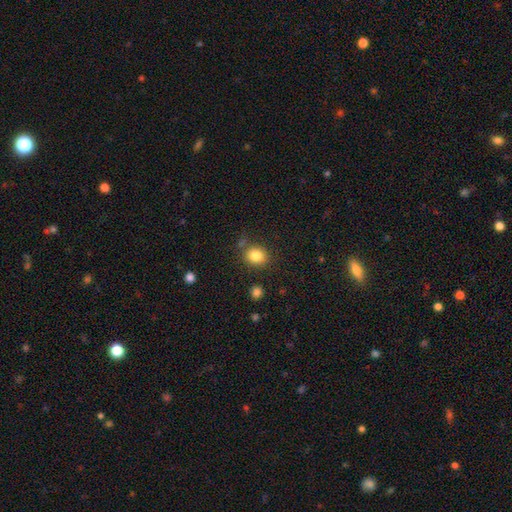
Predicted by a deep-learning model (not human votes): smooth-or-featured: smooth: 84% | star or artifact: 10% | featured or disk: 6%
  how-rounded: round: 67% | in between: 32% | cigar-shaped: 1%
  merging: none: 78% | minor disturbance: 12% | merger: 7% | major disturbance: 4%